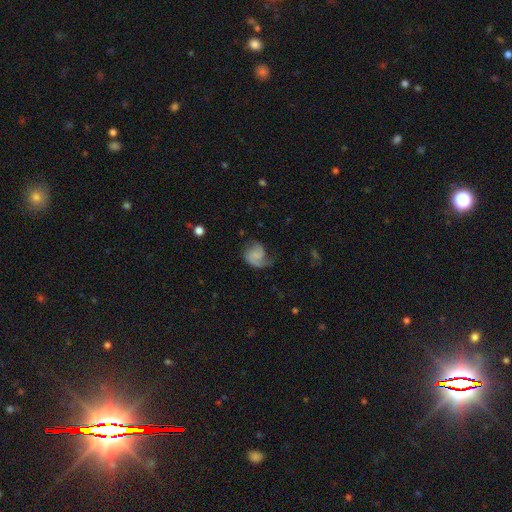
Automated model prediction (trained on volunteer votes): smooth-or-featured: featured or disk: 59% | smooth: 33% | star or artifact: 8%
  disk-edge-on: no: 98% | yes: 2%
    bar: no: 65% | weak: 30% | strong: 5%
    has-spiral-arms: yes: 91% | no: 9%
      spiral-winding: medium: 41% | loose: 34% | tight: 24%
      spiral-arm-count: 2: 49% | 1: 39% | can't tell: 8% | 3: 2% | 4: 1% | more than 4: 1%
    bulge-size: small: 42% | none: 39% | moderate: 14% | large: 3% | dominant: 2%
  merging: none: 46% | minor disturbance: 26% | major disturbance: 26% | merger: 2%